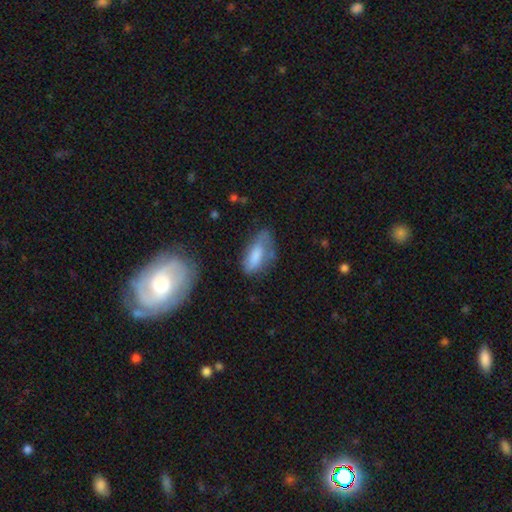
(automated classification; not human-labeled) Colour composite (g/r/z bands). It shows a smooth galaxy with no disk features (69%) that is in between round and cigar-shaped (80%). Merging: none (51%).